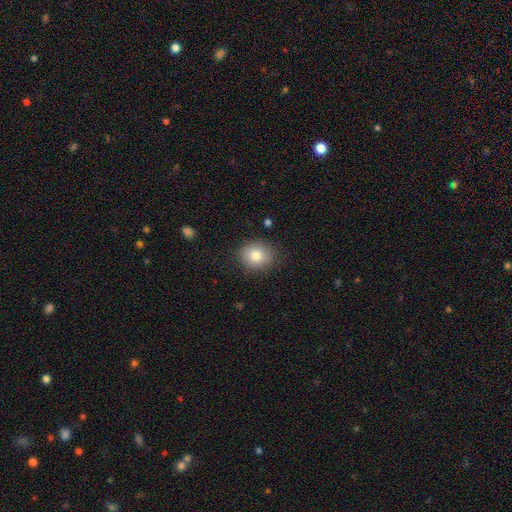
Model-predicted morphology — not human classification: This is clearly a smooth galaxy (80%). How rounded: likely round (69%). Merging: clearly none (83%).